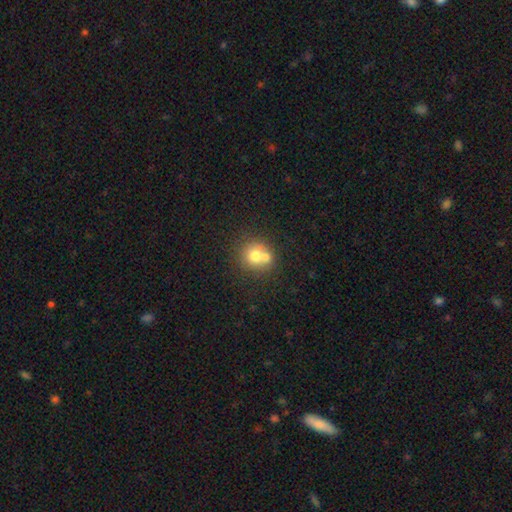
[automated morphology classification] smooth-or-featured: smooth: 69% | featured or disk: 20% | star or artifact: 11%
  how-rounded: round: 86% | in between: 13% | cigar-shaped: 1%
  merging: merger: 47% | none: 43% | minor disturbance: 8% | major disturbance: 3%